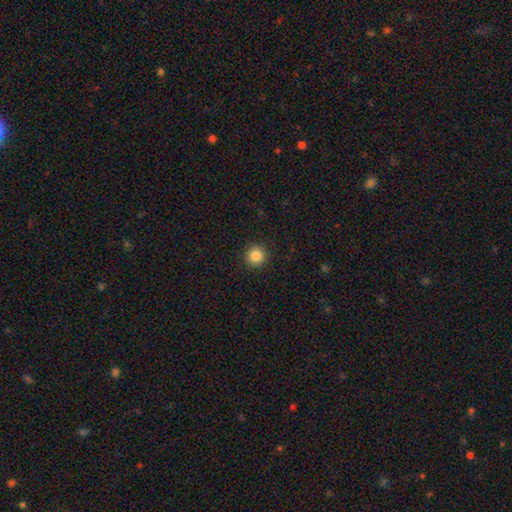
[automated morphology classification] smooth_or_featured: smooth (p=0.86) [alt: star or artifact p=0.10]
how_rounded: round (p=0.94) [alt: in between p=0.05]
merging: none (p=0.92) [alt: minor disturbance p=0.05]